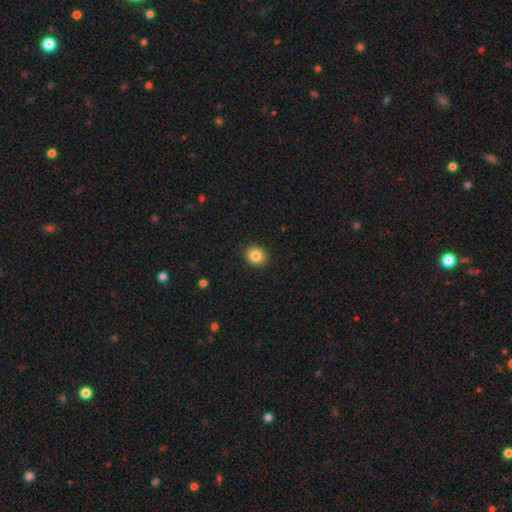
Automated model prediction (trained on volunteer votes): The model was most divided on "how rounded": round: 69%, in between: 30%, cigar-shaped: 1%. More confident: merging — none (91%); smooth or featured — smooth (84%).